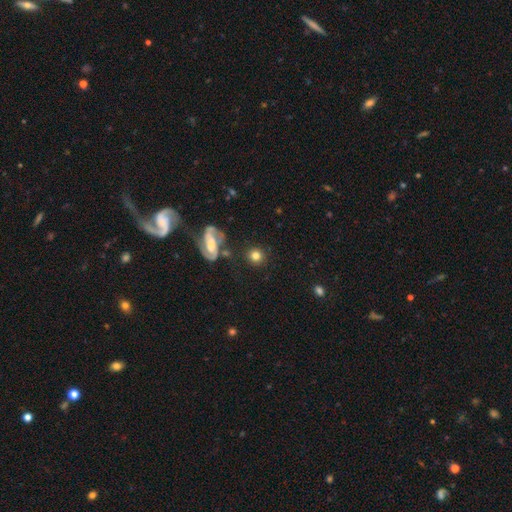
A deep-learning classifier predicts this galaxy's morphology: A smooth galaxy with no disk features (74%) that is round (90%). Merging: none (80%).